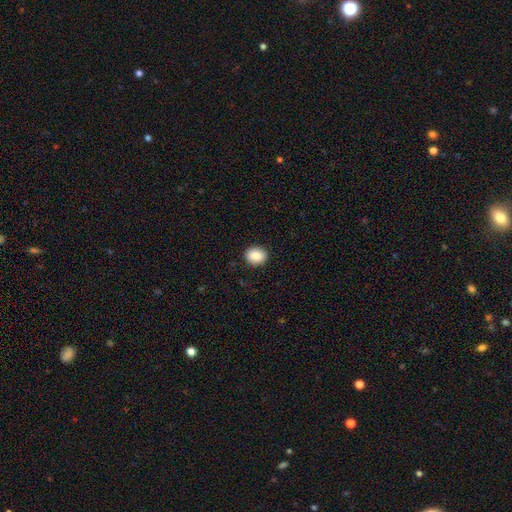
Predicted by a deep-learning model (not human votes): Overall: smooth (88%). How rounded: round (63%; in between 36%). Merging: none (90%).